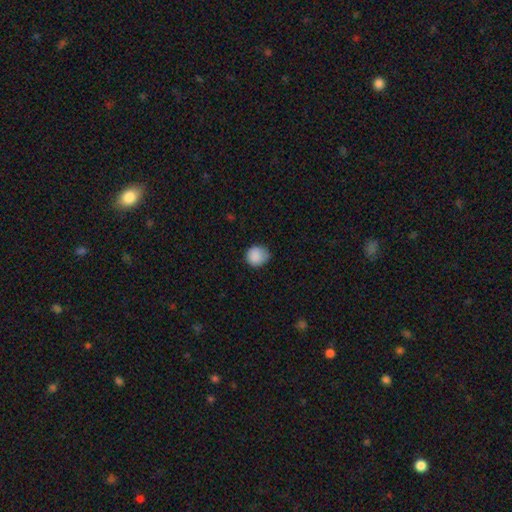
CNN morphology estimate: Smooth or featured?
  - smooth: 87% *
  - star or artifact: 9%
  - featured or disk: 4%
How rounded?
  - round: 85% *
  - in between: 14%
  - cigar-shaped: 1%
Merging?
  - none: 70% *
  - minor disturbance: 24%
  - major disturbance: 4%
  - merger: 1%